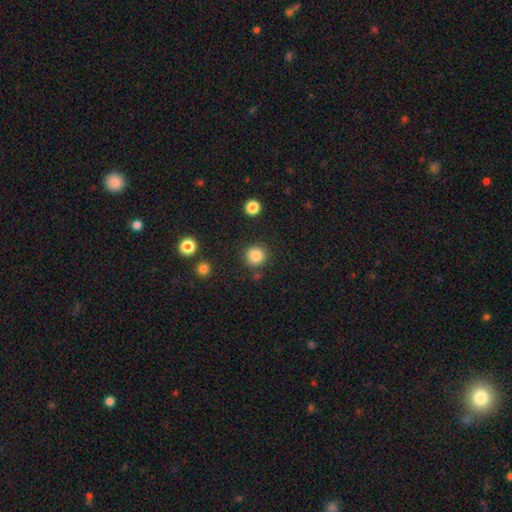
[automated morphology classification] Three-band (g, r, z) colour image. It shows a smooth galaxy with no disk features (85%) that is round (93%). Merging: none (85%).